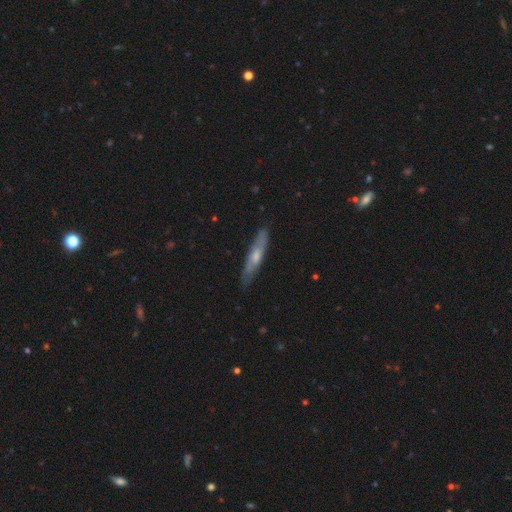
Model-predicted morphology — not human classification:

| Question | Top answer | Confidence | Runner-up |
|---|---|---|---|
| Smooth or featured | featured or disk | 51% | smooth (43%) |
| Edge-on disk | yes | 76% | no (24%) |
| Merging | none | 83% | minor disturbance (13%) |